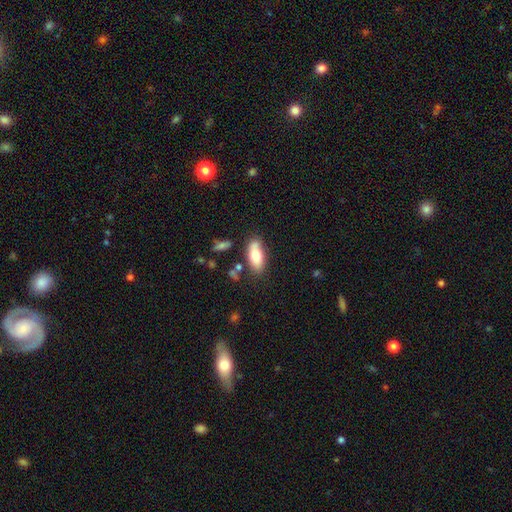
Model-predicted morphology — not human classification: smooth 74%, featured or disk 19%, star or artifact 7%. Down the decision tree: how rounded — in between (85%); merging — none (69%).